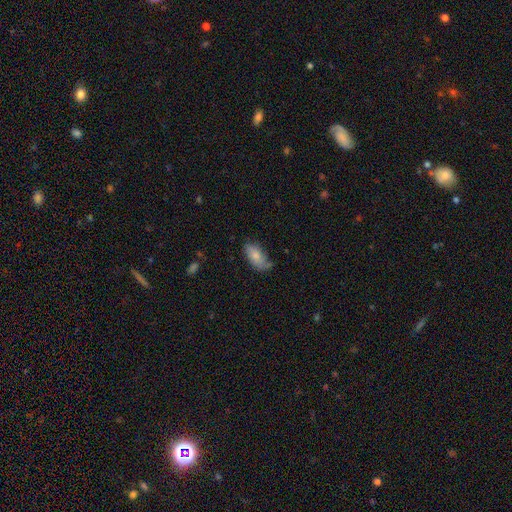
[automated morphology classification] smooth_or_featured: smooth (p=0.75) [alt: featured or disk p=0.18]
how_rounded: in between (p=0.91) [alt: cigar-shaped p=0.06]
merging: none (p=0.54) [alt: minor disturbance p=0.33]